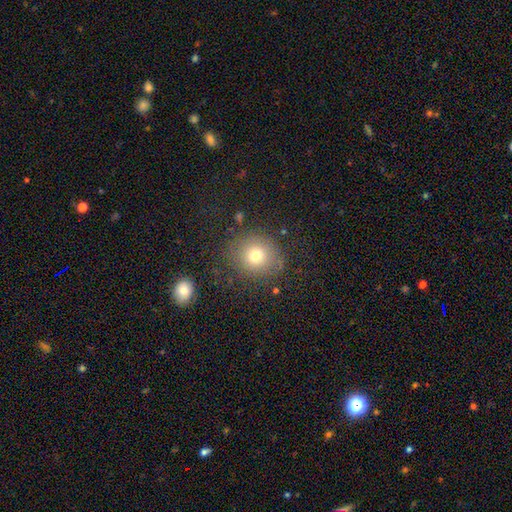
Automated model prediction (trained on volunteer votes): A smooth galaxy with no disk features (73%) that is round (86%). Merging: none (82%).